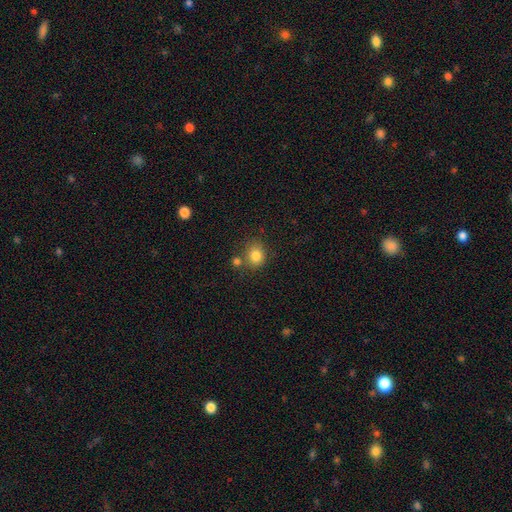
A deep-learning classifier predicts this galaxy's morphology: Smooth or featured?
  - smooth: 82% *
  - star or artifact: 11%
  - featured or disk: 7%
How rounded?
  - round: 72% *
  - in between: 27%
  - cigar-shaped: 1%
Merging?
  - none: 64% *
  - merger: 18%
  - minor disturbance: 14%
  - major disturbance: 4%